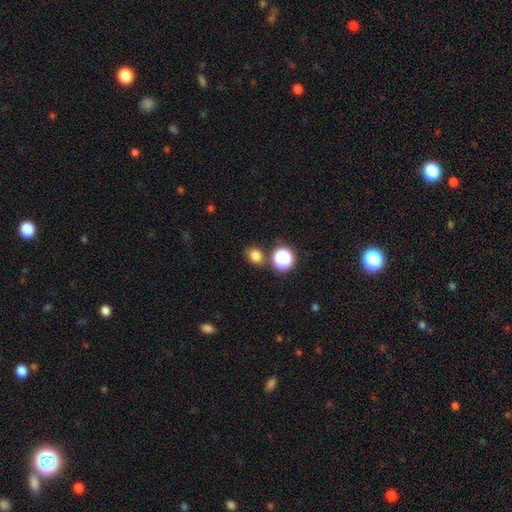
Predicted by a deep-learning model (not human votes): Smooth or featured?
  - smooth: 78% *
  - star or artifact: 17%
  - featured or disk: 5%
How rounded?
  - round: 61% *
  - in between: 38%
  - cigar-shaped: 1%
Merging?
  - none: 78% *
  - minor disturbance: 10%
  - merger: 9%
  - major disturbance: 3%